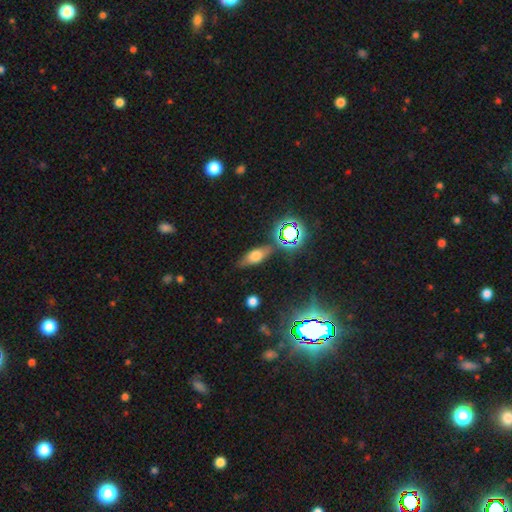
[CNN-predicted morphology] Overall: smooth (56%; featured or disk 25%). How rounded: in between (71%). Merging: none (75%).